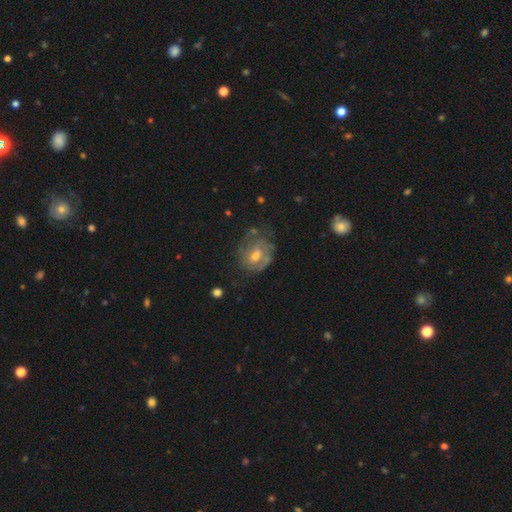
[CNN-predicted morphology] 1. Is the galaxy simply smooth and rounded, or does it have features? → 63% featured or disk, 27% smooth, 10% star or artifact.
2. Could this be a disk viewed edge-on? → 97% no, 3% yes.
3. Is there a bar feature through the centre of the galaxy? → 59% no, 35% weak, 6% strong.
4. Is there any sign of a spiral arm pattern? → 65% yes, 35% no.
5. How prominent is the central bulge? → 58% moderate, 33% small, 4% large, 4% none, 1% dominant.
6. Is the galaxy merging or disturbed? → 54% none, 25% minor disturbance, 18% major disturbance, 3% merger.